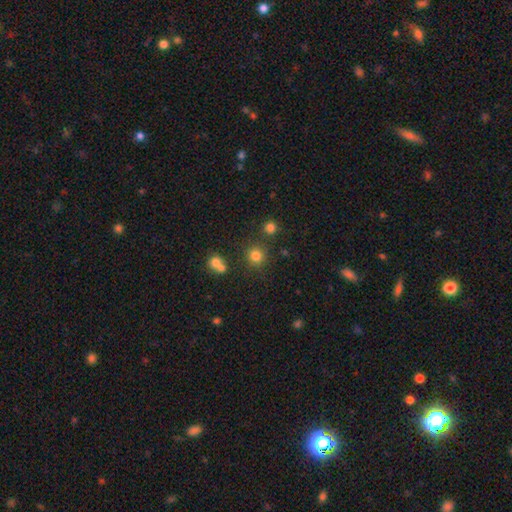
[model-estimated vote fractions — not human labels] smooth-or-featured: smooth: 79% | star or artifact: 15% | featured or disk: 6%
  how-rounded: round: 91% | in between: 8% | cigar-shaped: 1%
  merging: none: 80% | merger: 10% | minor disturbance: 8% | major disturbance: 3%